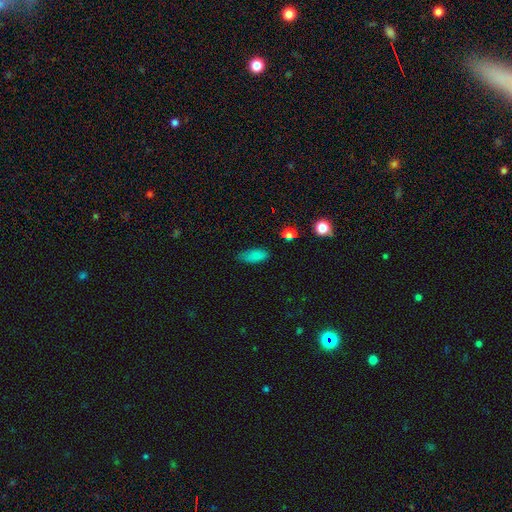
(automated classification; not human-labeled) Morphology: type=smooth (81%); roundness=in between (83%); merging=none (72%).